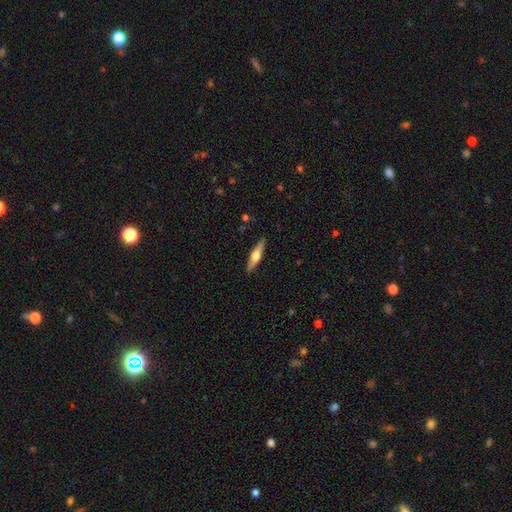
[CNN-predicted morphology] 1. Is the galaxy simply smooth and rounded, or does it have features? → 53% featured or disk, 42% smooth, 5% star or artifact.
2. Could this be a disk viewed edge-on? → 94% yes, 6% no.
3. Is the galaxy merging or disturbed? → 89% none, 8% minor disturbance, 2% major disturbance, 1% merger.